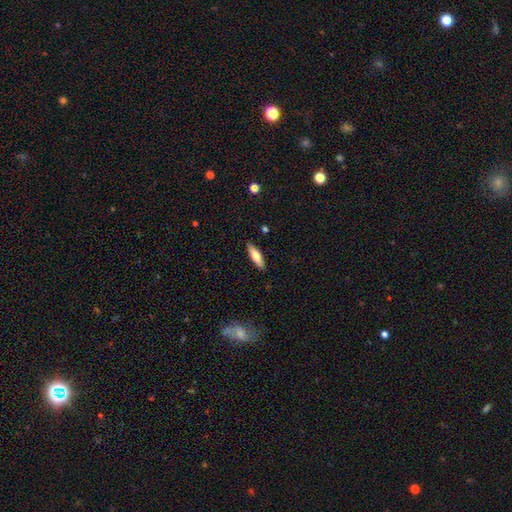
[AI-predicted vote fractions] A smooth galaxy with no disk features (70%) that is cigar-shaped (57%). Merging: none (89%).